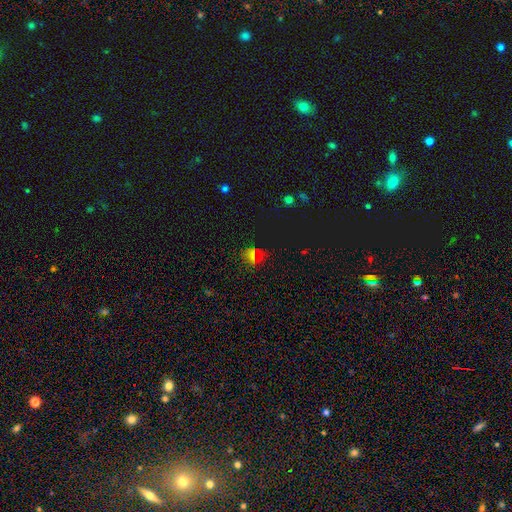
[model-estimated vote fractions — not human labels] Q: Smooth or featured?
A: smooth (51%); runner-up: star or artifact (40%)
Q: How rounded?
A: round (55%); runner-up: in between (42%)
Q: Merging?
A: none (80%); runner-up: minor disturbance (13%)